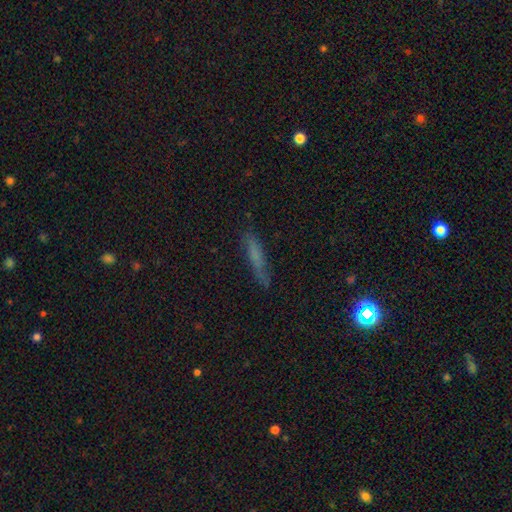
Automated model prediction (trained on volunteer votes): smooth-or-featured: smooth: 59% | featured or disk: 29% | star or artifact: 12%
  how-rounded: cigar-shaped: 87% | in between: 11% | round: 2%
  merging: none: 74% | minor disturbance: 19% | major disturbance: 5% | merger: 2%